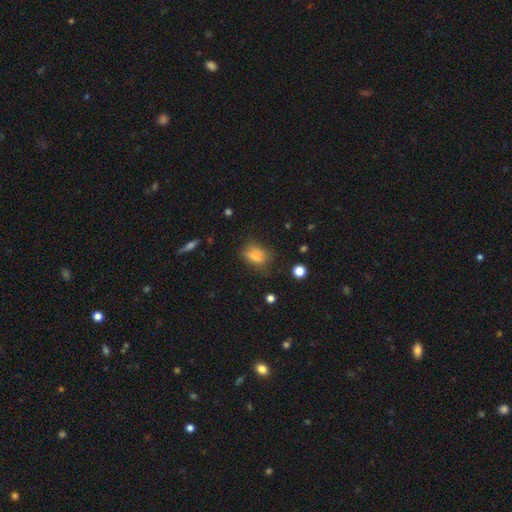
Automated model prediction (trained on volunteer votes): smooth 76%, featured or disk 13%, star or artifact 12%. Down the decision tree: how rounded — in between (80%); merging — none (60%).